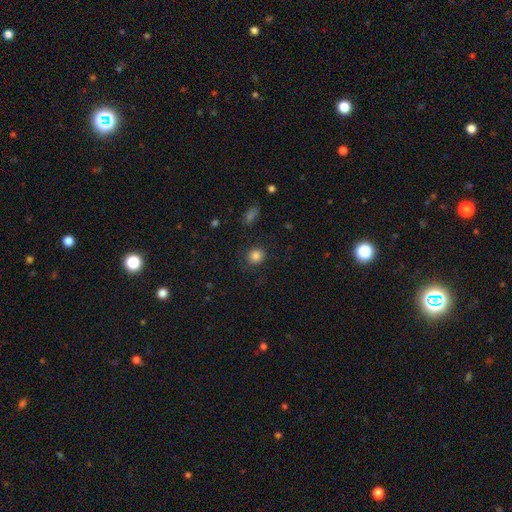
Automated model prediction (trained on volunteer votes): Q: Smooth or featured?
A: smooth (84%); runner-up: star or artifact (11%)
Q: How rounded?
A: round (84%); runner-up: in between (15%)
Q: Merging?
A: none (85%); runner-up: minor disturbance (10%)